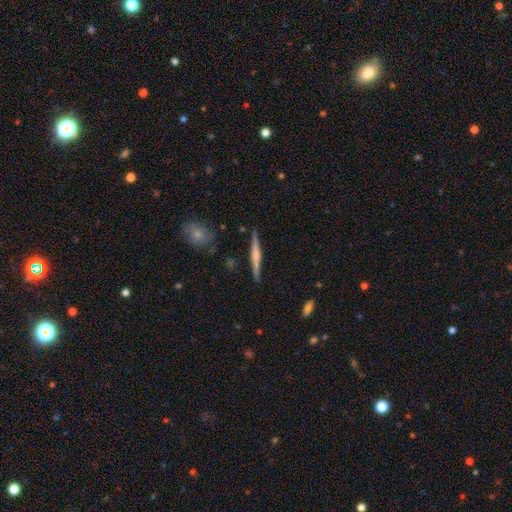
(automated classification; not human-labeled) smooth_or_featured: featured or disk (p=0.61) [alt: smooth p=0.33]
disk_edge_on: yes (p=0.98) [alt: no p=0.02]
edge_on_bulge: rounded (p=0.61) [alt: none p=0.23]
merging: none (p=0.90) [alt: minor disturbance p=0.07]